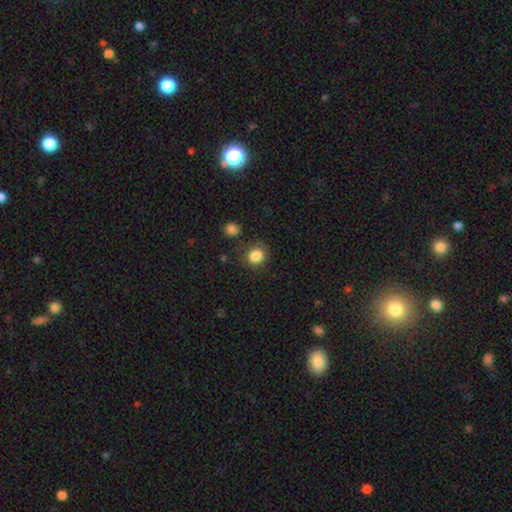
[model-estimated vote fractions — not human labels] Smooth or featured? smooth (85%)
How rounded? round (80%)
Merging? none (80%)